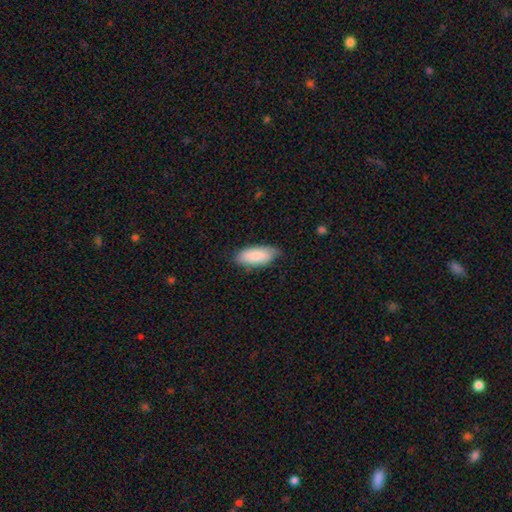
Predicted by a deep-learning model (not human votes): Overall: smooth (85%). How rounded: in between (86%). Merging: none (74%).